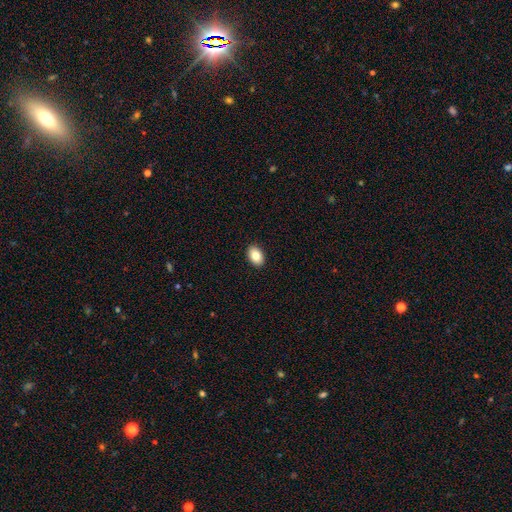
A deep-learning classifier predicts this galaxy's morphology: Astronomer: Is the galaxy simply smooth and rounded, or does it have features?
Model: smooth — 84%.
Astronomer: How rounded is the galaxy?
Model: in between — 87%.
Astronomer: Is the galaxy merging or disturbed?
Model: none — 91%.